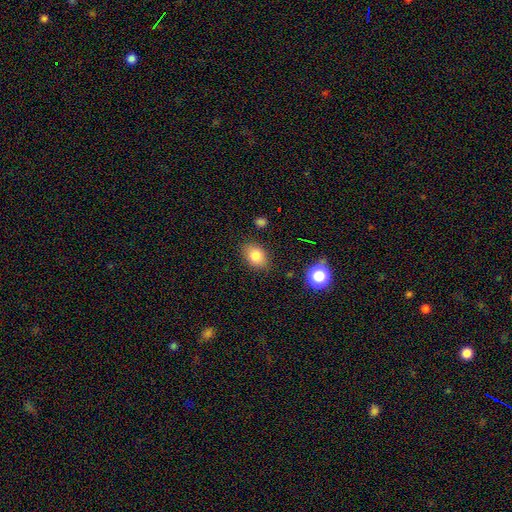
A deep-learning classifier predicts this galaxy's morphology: smooth-or-featured: smooth: 81% | star or artifact: 10% | featured or disk: 8%
  how-rounded: in between: 72% | round: 27% | cigar-shaped: 1%
  merging: none: 83% | minor disturbance: 12% | major disturbance: 3% | merger: 2%